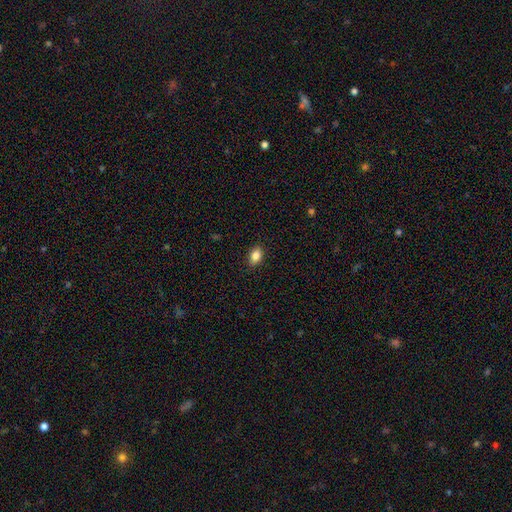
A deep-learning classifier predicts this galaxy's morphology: The model was most divided on "how rounded": in between: 85%, round: 13%, cigar-shaped: 2%. More confident: merging — none (89%); smooth or featured — smooth (84%).